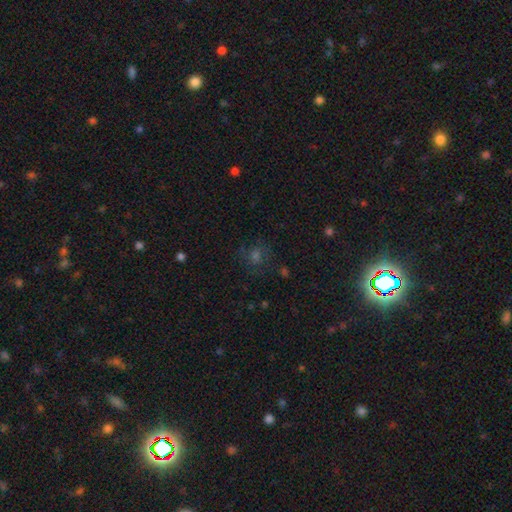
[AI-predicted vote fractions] Smooth or featured? star or artifact (42%)